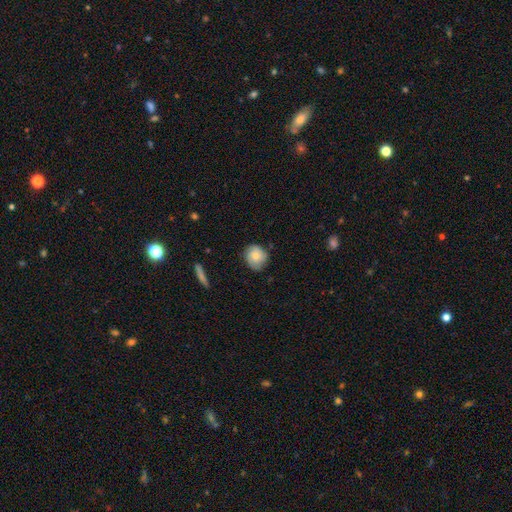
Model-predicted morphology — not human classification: Q: Smooth or featured?
A: smooth (63%); runner-up: featured or disk (29%)
Q: How rounded?
A: round (76%); runner-up: in between (23%)
Q: Merging?
A: none (74%); runner-up: minor disturbance (21%)